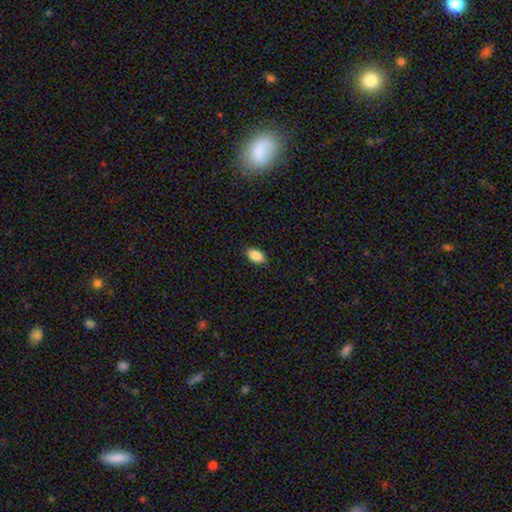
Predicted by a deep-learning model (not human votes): smooth 88%, star or artifact 7%, featured or disk 5%. Down the decision tree: how rounded — in between (93%); merging — none (89%).